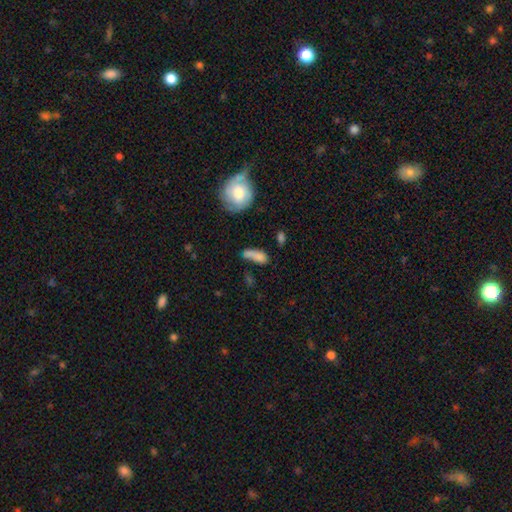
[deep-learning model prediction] smooth-or-featured: smooth: 77% | featured or disk: 13% | star or artifact: 10%
  how-rounded: in between: 61% | cigar-shaped: 33% | round: 6%
  merging: none: 44% | minor disturbance: 24% | merger: 17% | major disturbance: 14%